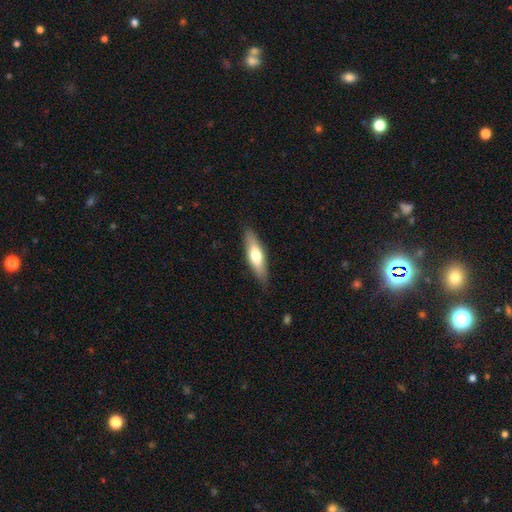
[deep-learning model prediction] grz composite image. It shows a smooth galaxy with no disk features (59%) that is cigar-shaped (60%). Merging: none (85%).